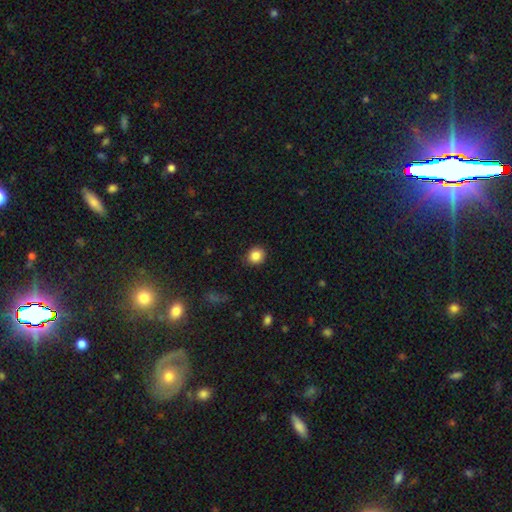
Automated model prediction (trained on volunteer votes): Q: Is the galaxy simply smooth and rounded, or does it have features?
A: smooth — 86%.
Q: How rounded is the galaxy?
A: round — 81%.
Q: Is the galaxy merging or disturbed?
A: none — 88%.